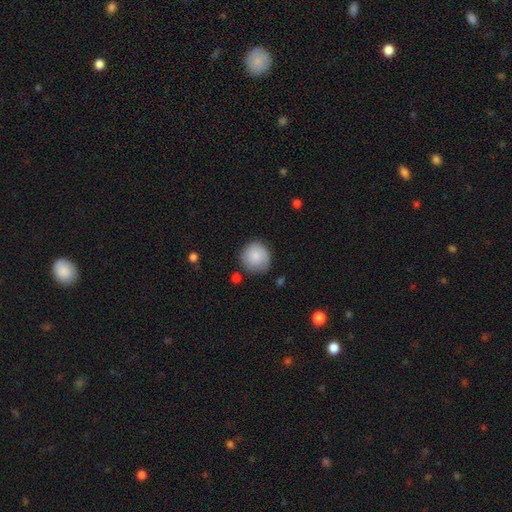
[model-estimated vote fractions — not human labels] Smooth or featured?
  - smooth: 83% *
  - featured or disk: 10%
  - star or artifact: 7%
How rounded?
  - round: 93% *
  - in between: 6%
  - cigar-shaped: 1%
Merging?
  - none: 77% *
  - minor disturbance: 17%
  - major disturbance: 4%
  - merger: 3%